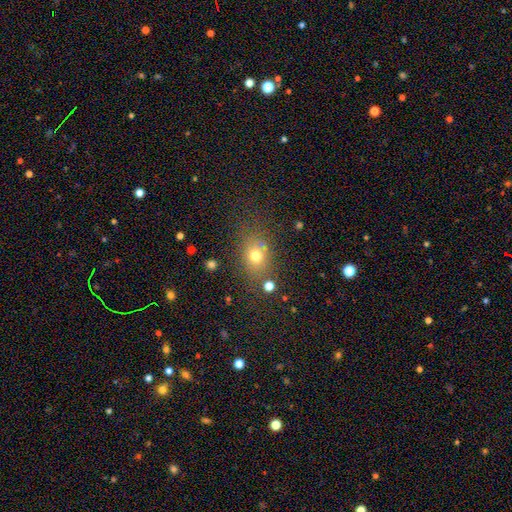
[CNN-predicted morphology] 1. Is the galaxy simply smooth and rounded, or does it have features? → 72% smooth, 16% star or artifact, 12% featured or disk.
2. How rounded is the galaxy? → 52% in between, 46% round, 2% cigar-shaped.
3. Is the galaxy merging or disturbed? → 70% none, 16% minor disturbance, 8% major disturbance, 6% merger.